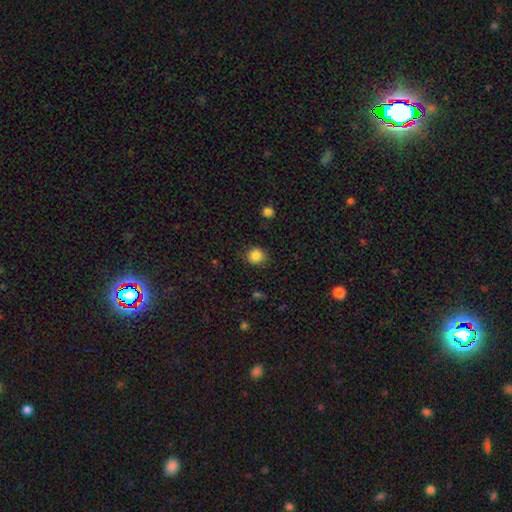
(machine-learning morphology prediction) Smooth or featured?
  - smooth: 86% *
  - star or artifact: 10%
  - featured or disk: 4%
How rounded?
  - round: 86% *
  - in between: 13%
  - cigar-shaped: 1%
Merging?
  - none: 86% *
  - minor disturbance: 10%
  - major disturbance: 3%
  - merger: 1%